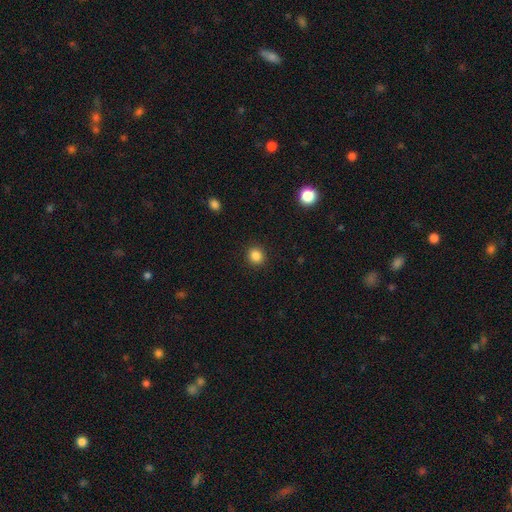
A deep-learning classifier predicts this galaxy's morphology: Smooth or featured? Predicted: smooth (p=0.85). How rounded? Predicted: round (p=0.86). Merging? Predicted: none (p=0.91).